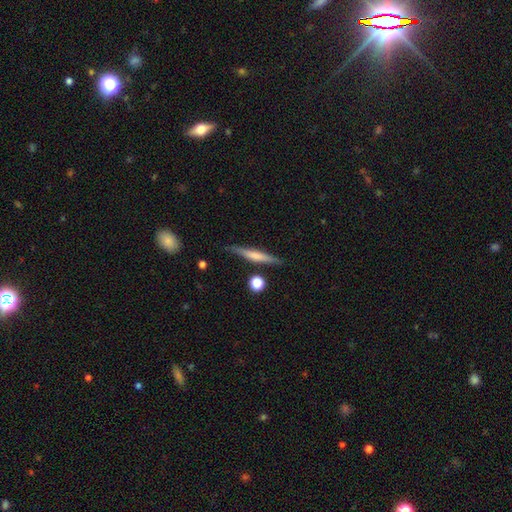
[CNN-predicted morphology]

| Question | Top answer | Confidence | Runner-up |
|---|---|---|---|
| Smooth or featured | smooth | 47% | featured or disk (46%) |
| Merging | none | 84% | minor disturbance (11%) |